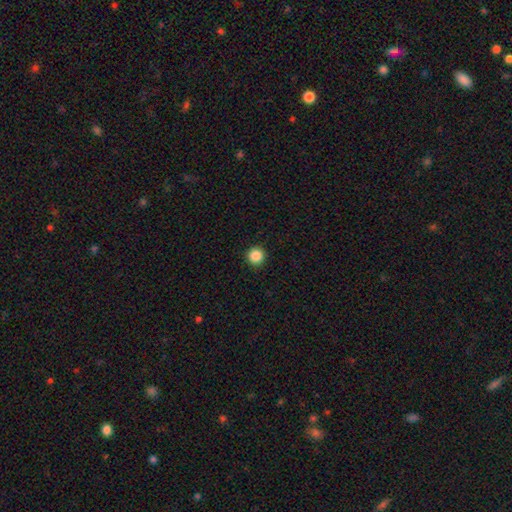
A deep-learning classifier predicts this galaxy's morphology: smooth_or_featured: smooth (p=0.87) [alt: star or artifact p=0.10]
how_rounded: round (p=0.96) [alt: in between p=0.03]
merging: none (p=0.93) [alt: minor disturbance p=0.04]